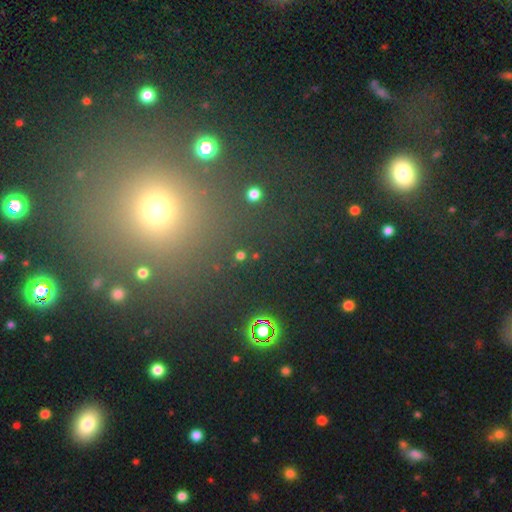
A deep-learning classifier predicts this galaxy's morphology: Smooth or featured? Predicted: star or artifact (p=0.53).